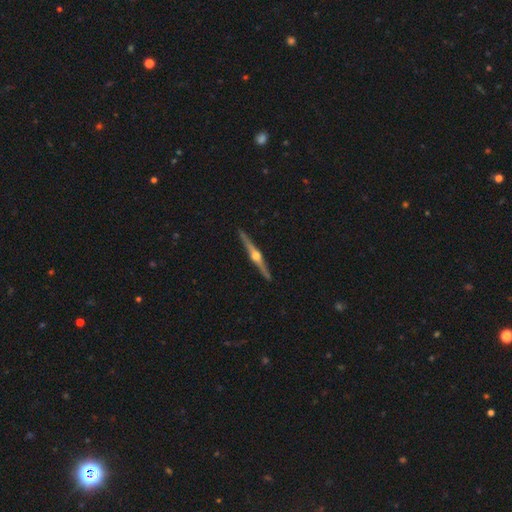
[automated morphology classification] smooth_or_featured: featured or disk (p=0.86) [alt: smooth p=0.09]
disk_edge_on: yes (p=0.99) [alt: no p=0.01]
edge_on_bulge: rounded (p=0.96) [alt: boxy p=0.02]
merging: none (p=0.93) [alt: minor disturbance p=0.05]